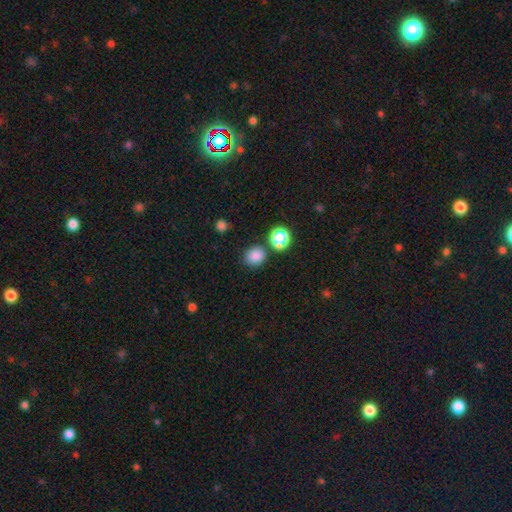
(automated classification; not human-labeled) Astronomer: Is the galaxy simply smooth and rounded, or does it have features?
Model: smooth — 81%.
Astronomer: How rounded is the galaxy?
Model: round — 81%.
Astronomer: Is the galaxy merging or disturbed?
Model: none — 78%.